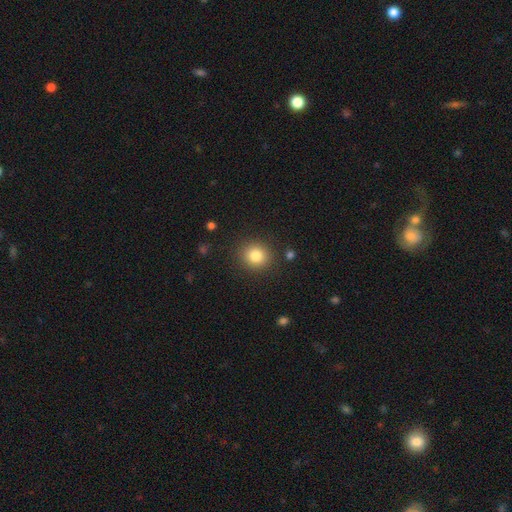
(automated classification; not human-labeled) Smooth or featured: smooth — 82% (star or artifact — 11%)
How rounded: round — 84% (in between — 15%)
Merging: none — 88% (minor disturbance — 7%)